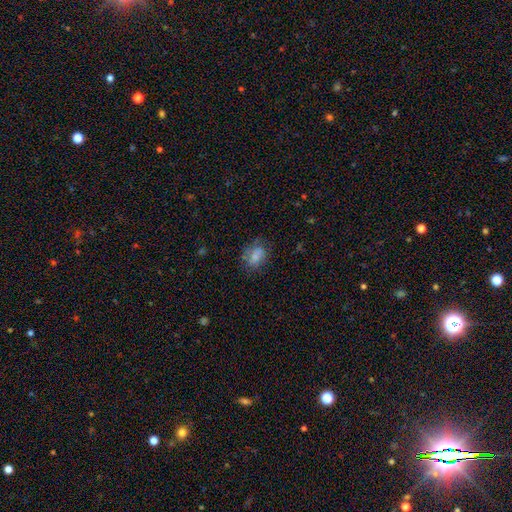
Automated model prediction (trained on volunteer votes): smooth 69%, featured or disk 21%, star or artifact 10%. Down the decision tree: how rounded — in between (67%); merging — none (61%).